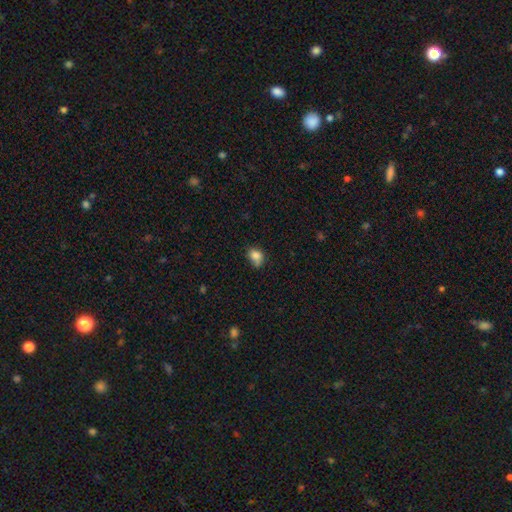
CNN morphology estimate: Smooth or featured?
  - smooth: 81% *
  - star or artifact: 11%
  - featured or disk: 8%
How rounded?
  - in between: 54% *
  - round: 45%
  - cigar-shaped: 1%
Merging?
  - none: 45% *
  - minor disturbance: 31%
  - merger: 14%
  - major disturbance: 10%